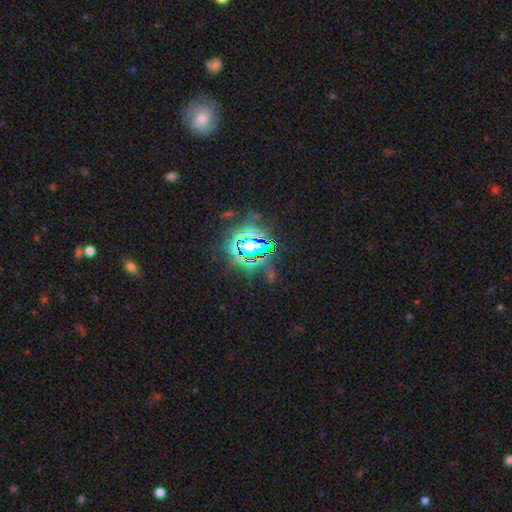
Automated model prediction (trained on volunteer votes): Q: Smooth or featured?
A: star or artifact (79%); runner-up: smooth (12%)